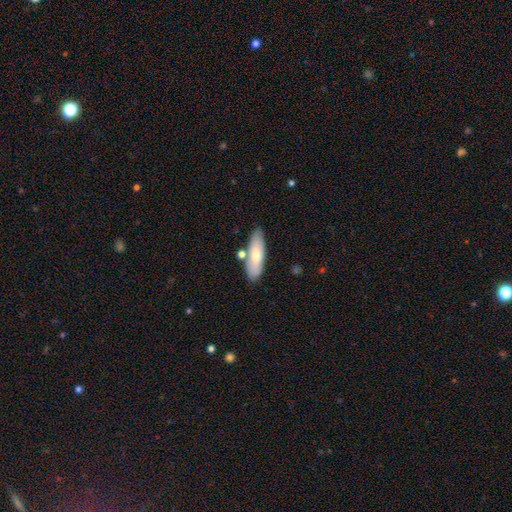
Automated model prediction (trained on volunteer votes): Morphology: type=smooth (68%); roundness=in between (53%); merging=none (75%).